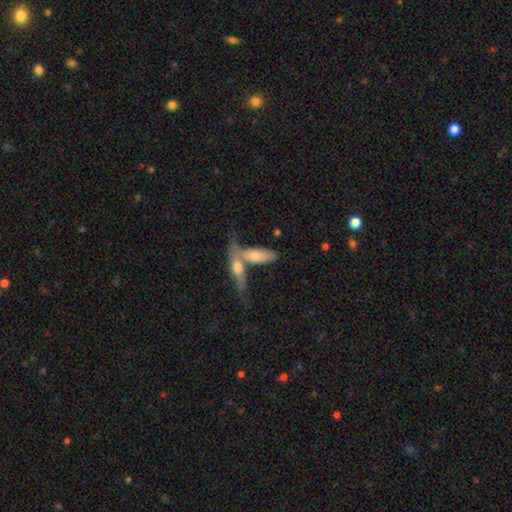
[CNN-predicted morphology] This appears to be a smooth galaxy with no disk features (66%) that is in between round and cigar-shaped (65%). Merging: merger (59%).